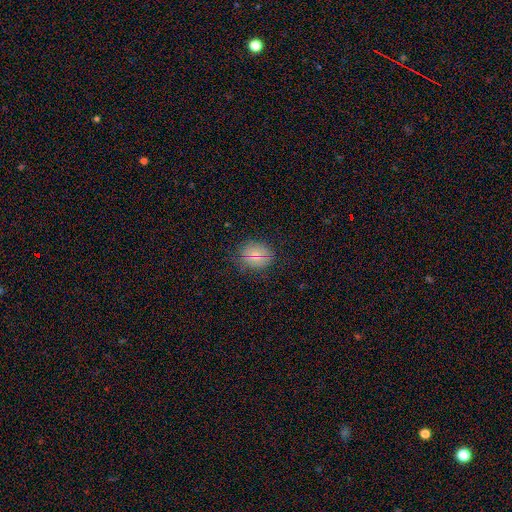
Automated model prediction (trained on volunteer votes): This appears to be a smooth galaxy with no disk features (70%) that is round (66%). Merging: none (84%).